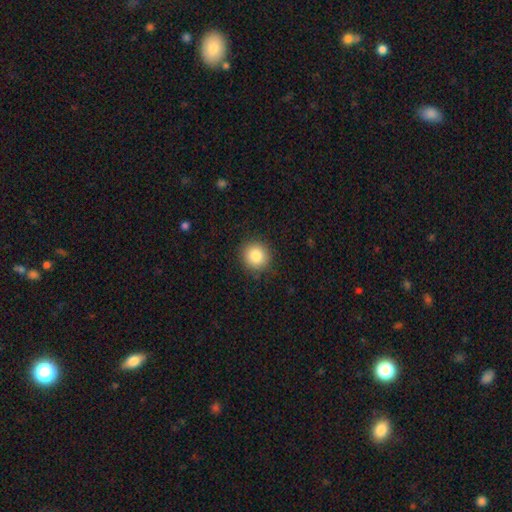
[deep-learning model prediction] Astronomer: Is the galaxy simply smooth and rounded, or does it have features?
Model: smooth — 84%.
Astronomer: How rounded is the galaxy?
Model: round — 92%.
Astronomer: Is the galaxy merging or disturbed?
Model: none — 89%.